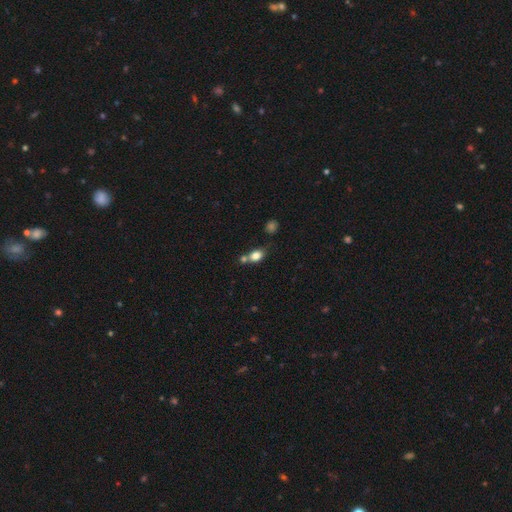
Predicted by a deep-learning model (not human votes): Q: Smooth or featured?
A: smooth (80%); runner-up: star or artifact (10%)
Q: How rounded?
A: in between (67%); runner-up: round (30%)
Q: Merging?
A: none (47%); runner-up: merger (34%)